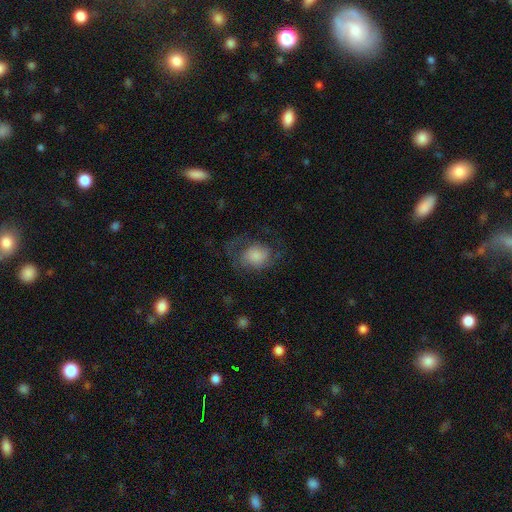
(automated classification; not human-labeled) Morphology: type=smooth (63%); roundness=in between (55%); merging=none (45%).